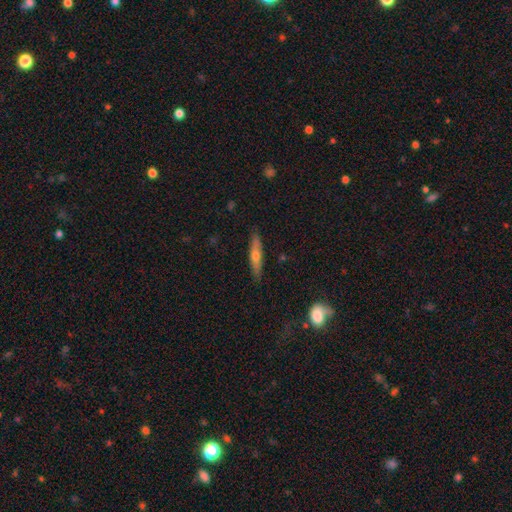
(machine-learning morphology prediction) Smooth or featured: smooth — 47% (featured or disk — 46%)
Merging: none — 88% (minor disturbance — 9%)